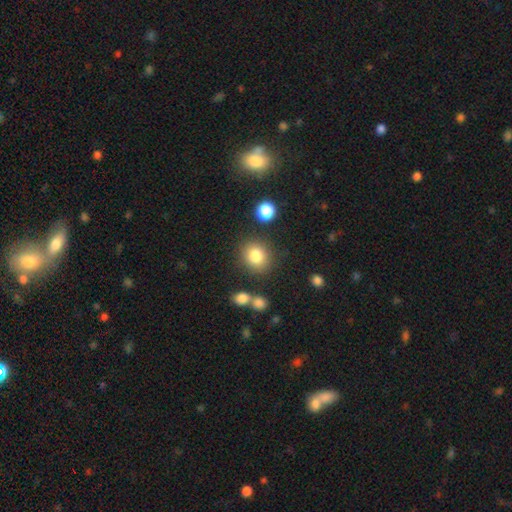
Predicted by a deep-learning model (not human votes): smooth 82%, star or artifact 11%, featured or disk 7%. Down the decision tree: how rounded — round (80%); merging — none (81%).